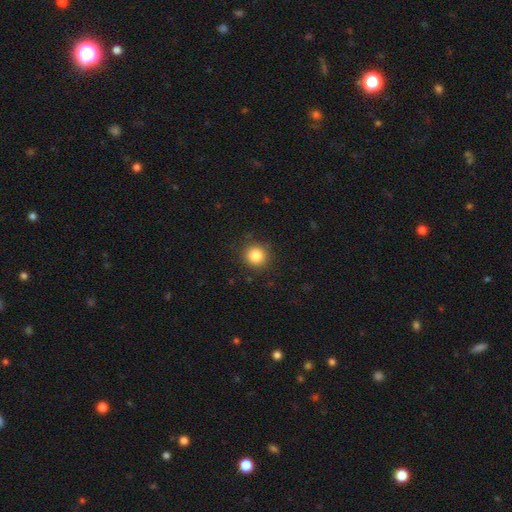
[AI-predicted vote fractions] A smooth galaxy with no disk features (85%) that is round (93%).

Vote fractions:
- Smooth or featured? smooth: 85% / star or artifact: 11% / featured or disk: 4%
- How rounded? round: 93% / in between: 6% / cigar-shaped: 1%
- Merging? none: 89% / minor disturbance: 7% / major disturbance: 2% / merger: 1%